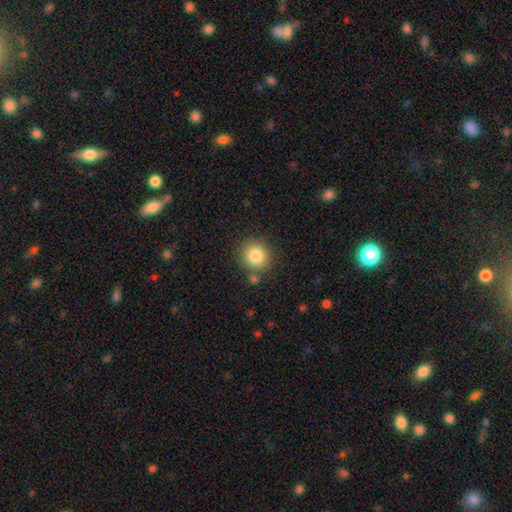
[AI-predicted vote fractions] This appears to be a smooth galaxy with no disk features (83%) that is round (88%). Merging: none (82%).